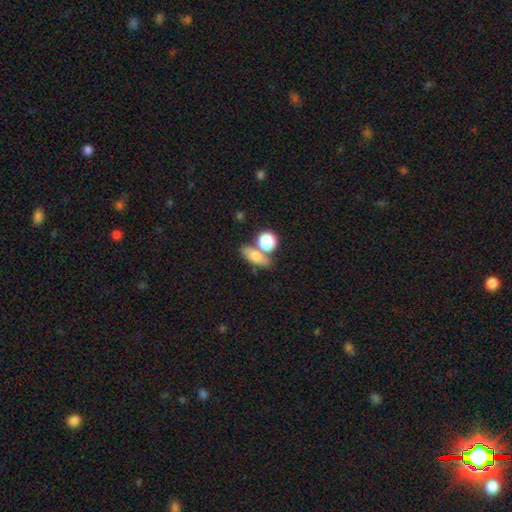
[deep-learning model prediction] Smooth or featured: smooth — 73% (featured or disk — 18%)
How rounded: in between — 56% (round — 23%)
Merging: none — 56% (merger — 27%)